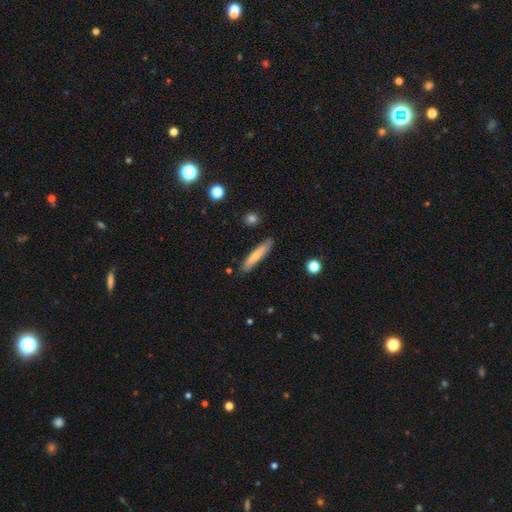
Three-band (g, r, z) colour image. It shows a smooth galaxy with no disk features (84%) that is cigar-shaped (94%). Merging: none (80%).